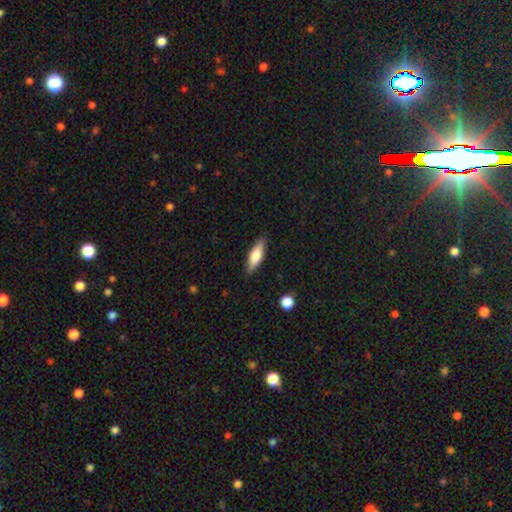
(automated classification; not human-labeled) Overall: smooth (70%). How rounded: in between (54%; cigar-shaped 44%). Merging: none (86%).